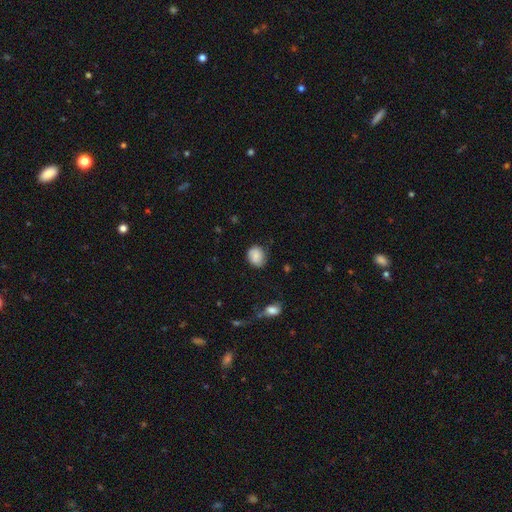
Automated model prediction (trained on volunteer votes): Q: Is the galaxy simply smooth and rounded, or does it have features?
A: smooth — 78%.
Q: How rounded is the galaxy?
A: round — 61%.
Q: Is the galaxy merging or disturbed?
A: none — 71%.